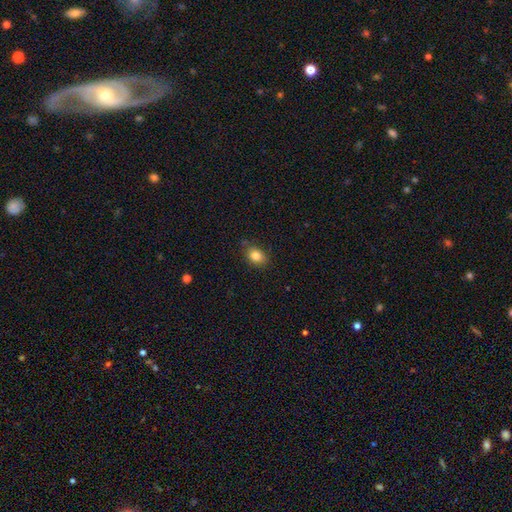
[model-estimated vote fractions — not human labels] A smooth galaxy with no disk features (83%) that is in between round and cigar-shaped (69%). Merging: none (81%).